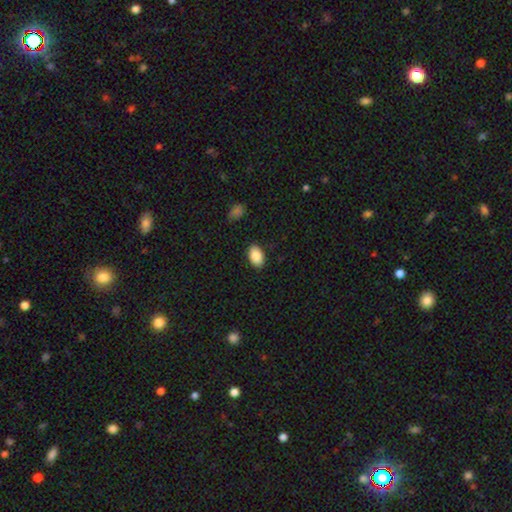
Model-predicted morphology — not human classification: The model was most divided on "merging": none: 87%, minor disturbance: 9%, major disturbance: 2%, merger: 1%. More confident: how rounded — in between (91%); smooth or featured — smooth (88%).